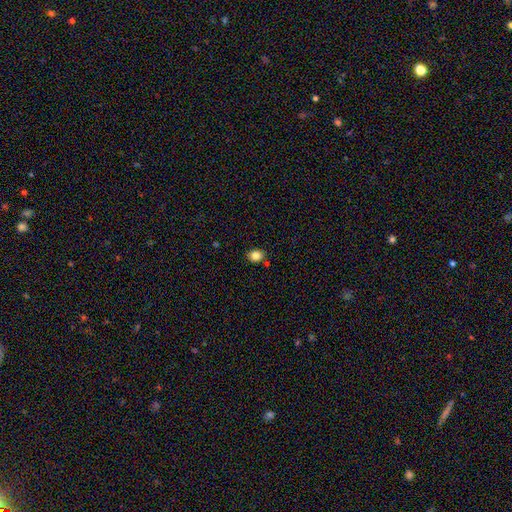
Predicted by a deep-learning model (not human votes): Smooth or featured? Predicted: smooth (p=0.83). How rounded? Predicted: round (p=0.57). Merging? Predicted: none (p=0.82).